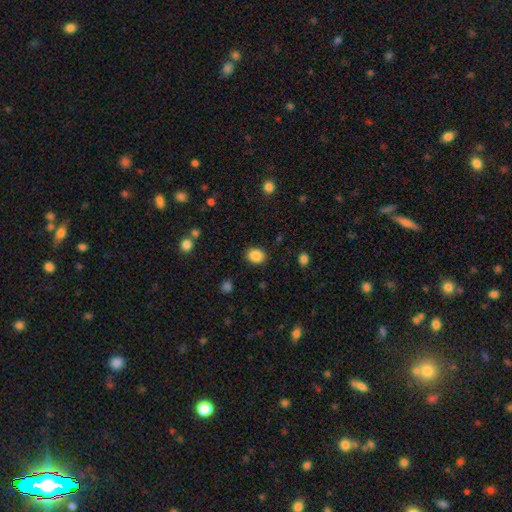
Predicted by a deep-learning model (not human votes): A smooth galaxy with no disk features (87%) that is in between round and cigar-shaped (51%). Merging: none (88%).